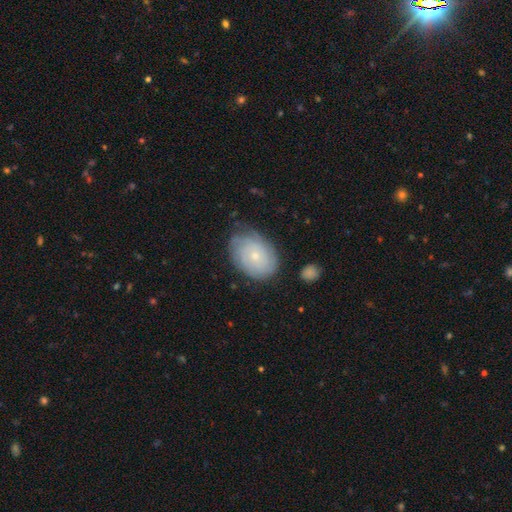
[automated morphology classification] smooth_or_featured: featured or disk (p=0.64) [alt: smooth p=0.29]
disk_edge_on: no (p=0.96) [alt: yes p=0.04]
bar: no (p=0.83) [alt: weak p=0.15]
has_spiral_arms: yes (p=0.88) [alt: no p=0.12]
spiral_winding: tight (p=0.76) [alt: medium p=0.18]
spiral_arm_count: can't tell (p=0.51) [alt: 4 p=0.13]
bulge_size: small (p=0.74) [alt: moderate p=0.23]
merging: none (p=0.72) [alt: minor disturbance p=0.20]